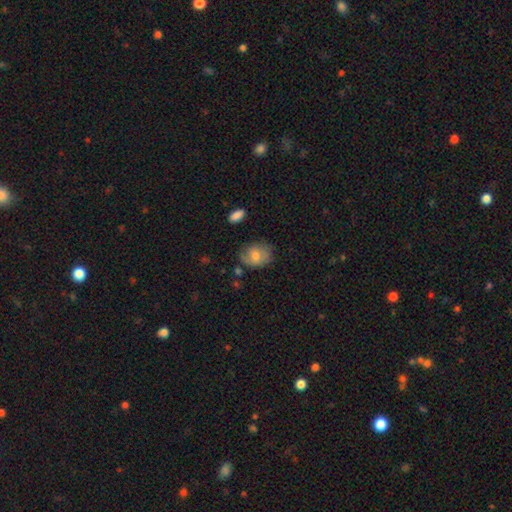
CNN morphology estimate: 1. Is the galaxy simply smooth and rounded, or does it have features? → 63% smooth, 29% featured or disk, 8% star or artifact.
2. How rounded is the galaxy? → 60% in between, 39% round, 1% cigar-shaped.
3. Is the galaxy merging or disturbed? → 63% none, 26% minor disturbance, 9% major disturbance, 2% merger.